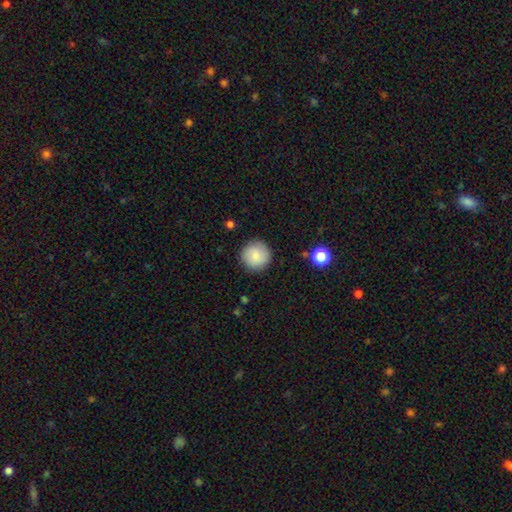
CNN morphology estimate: smooth_or_featured: smooth (p=0.86) [alt: star or artifact p=0.07]
how_rounded: round (p=0.95) [alt: in between p=0.04]
merging: none (p=0.89) [alt: minor disturbance p=0.07]